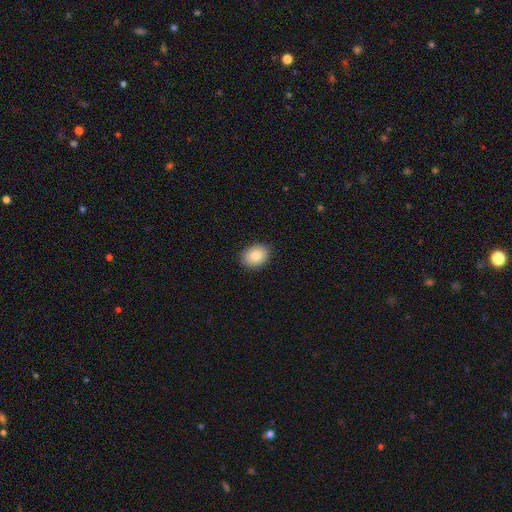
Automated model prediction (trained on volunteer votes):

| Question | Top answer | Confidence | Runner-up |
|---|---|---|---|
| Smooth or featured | smooth | 87% | star or artifact (7%) |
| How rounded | in between | 67% | round (32%) |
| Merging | none | 89% | minor disturbance (8%) |